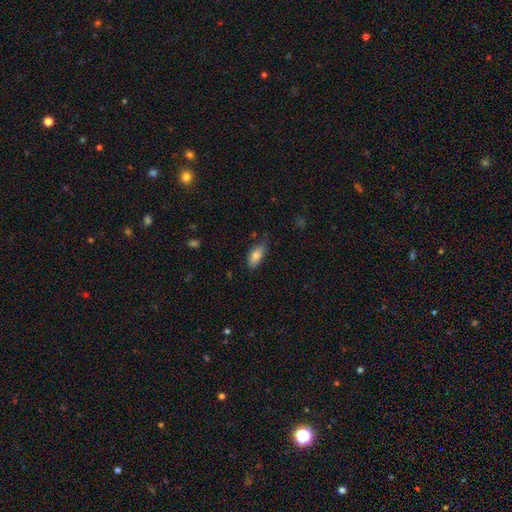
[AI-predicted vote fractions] This is clearly a smooth galaxy (82%). How rounded: clearly in between (88%). Merging: likely none (67%).